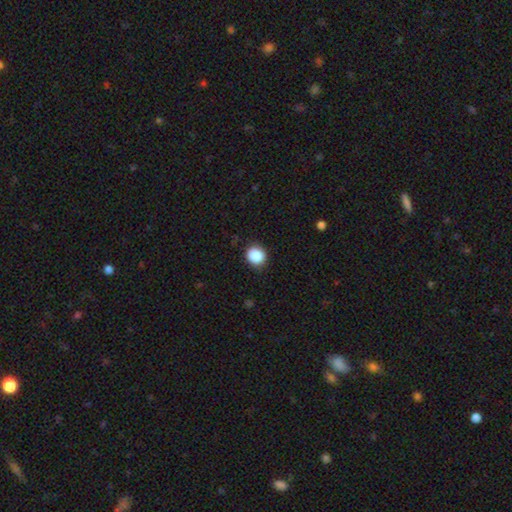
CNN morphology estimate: Overall: smooth (88%). How rounded: round (84%). Merging: none (89%).